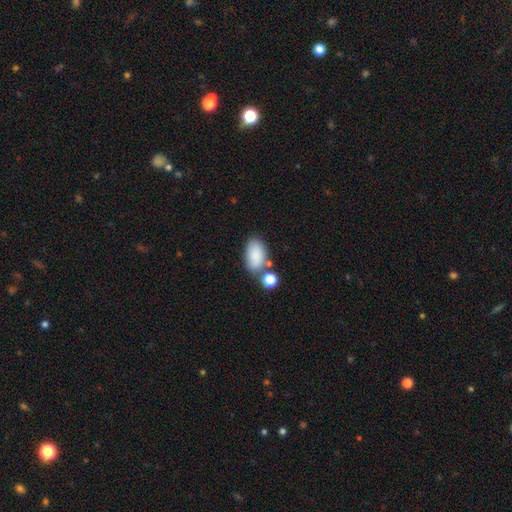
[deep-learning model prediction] A smooth galaxy with no disk features (85%) that is in between round and cigar-shaped (92%).

Vote fractions:
- Smooth or featured? smooth: 85% / star or artifact: 8% / featured or disk: 7%
- How rounded? in between: 92% / round: 6% / cigar-shaped: 2%
- Merging? none: 59% / merger: 18% / minor disturbance: 17% / major disturbance: 5%